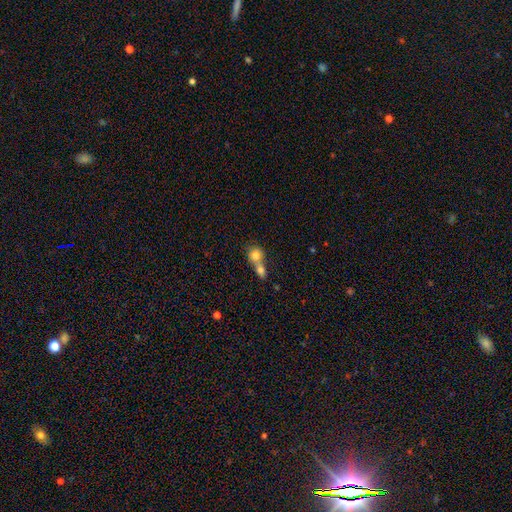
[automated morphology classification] Overall: smooth (78%). How rounded: round (75%). Merging: merger (68%).